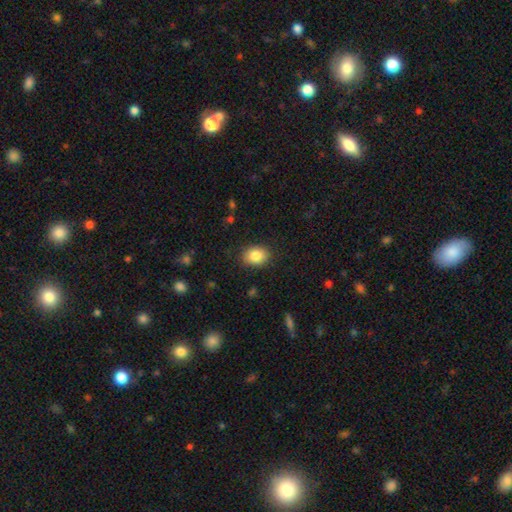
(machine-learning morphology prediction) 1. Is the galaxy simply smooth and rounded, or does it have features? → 85% smooth, 8% star or artifact, 6% featured or disk.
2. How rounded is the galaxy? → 59% in between, 40% round, 1% cigar-shaped.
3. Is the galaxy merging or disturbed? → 87% none, 9% minor disturbance, 3% major disturbance, 1% merger.